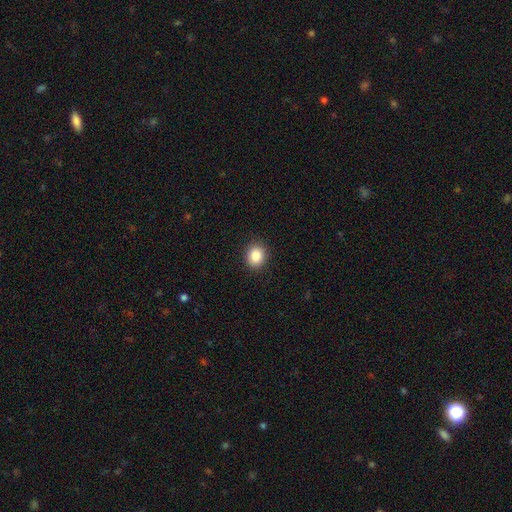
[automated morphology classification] A smooth galaxy with no disk features (86%) that is round (66%). Merging: none (91%).